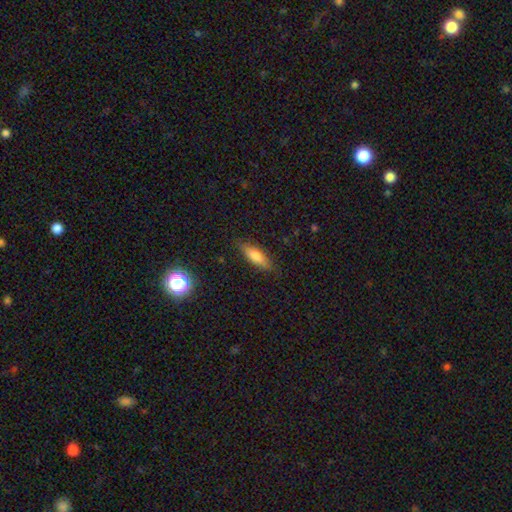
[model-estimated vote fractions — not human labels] Overall: smooth (71%). How rounded: in between (56%; cigar-shaped 42%). Merging: none (84%).